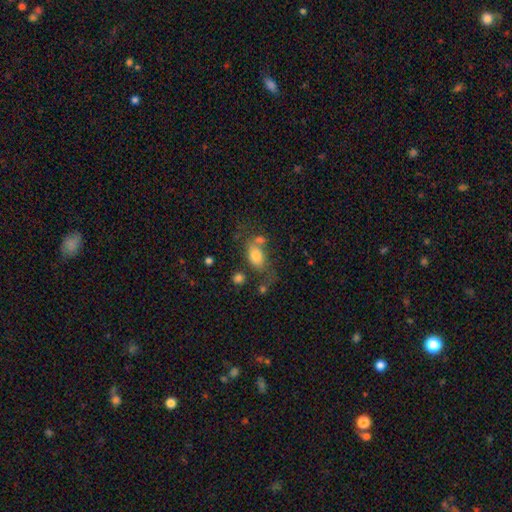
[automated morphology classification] Smooth or featured: smooth — 74% (featured or disk — 16%)
How rounded: in between — 81% (round — 16%)
Merging: none — 40% (merger — 22%)